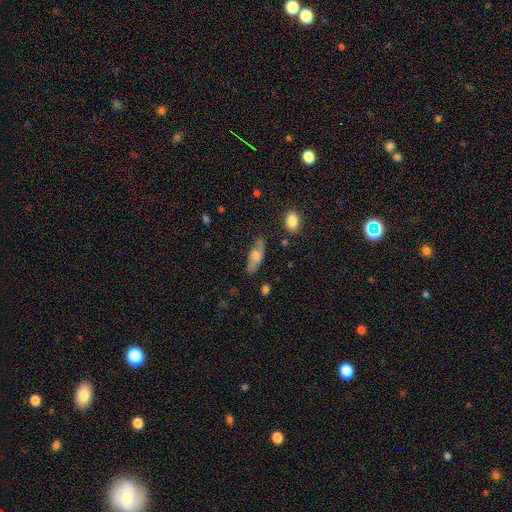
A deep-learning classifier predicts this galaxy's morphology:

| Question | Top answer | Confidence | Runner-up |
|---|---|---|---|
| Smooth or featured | smooth | 60% | featured or disk (32%) |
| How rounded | in between | 66% | cigar-shaped (30%) |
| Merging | none | 75% | minor disturbance (18%) |